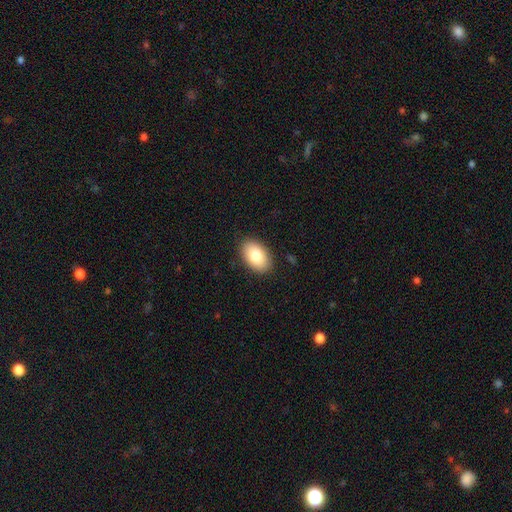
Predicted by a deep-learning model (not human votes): Smooth or featured?
  - smooth: 83% *
  - featured or disk: 10%
  - star or artifact: 7%
How rounded?
  - in between: 92% *
  - round: 7%
  - cigar-shaped: 1%
Merging?
  - none: 88% *
  - minor disturbance: 9%
  - major disturbance: 2%
  - merger: 1%